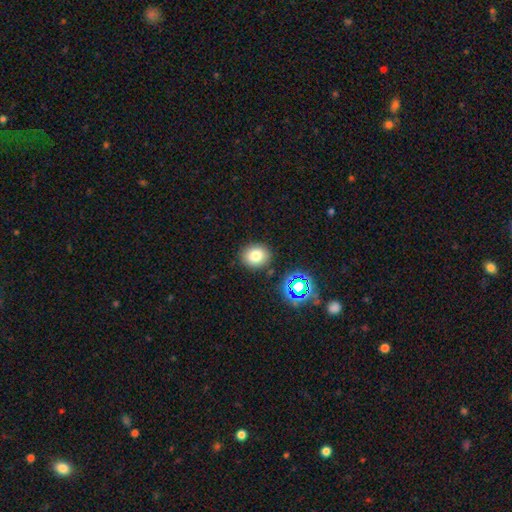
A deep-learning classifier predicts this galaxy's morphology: Smooth or featured: smooth — 77% (star or artifact — 15%)
How rounded: round — 71% (in between — 28%)
Merging: none — 86% (minor disturbance — 8%)